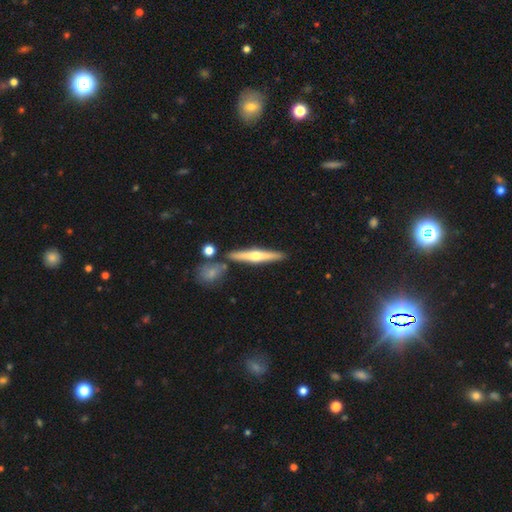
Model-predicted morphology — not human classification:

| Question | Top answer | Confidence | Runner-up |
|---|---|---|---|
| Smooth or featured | featured or disk | 63% | smooth (32%) |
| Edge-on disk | yes | 96% | no (4%) |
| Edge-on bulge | rounded | 90% | none (7%) |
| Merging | none | 84% | minor disturbance (8%) |